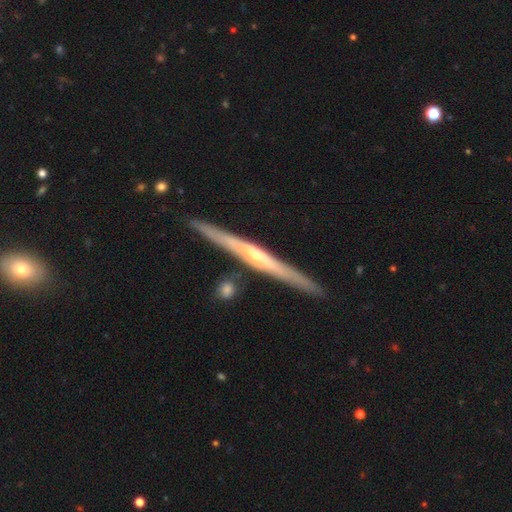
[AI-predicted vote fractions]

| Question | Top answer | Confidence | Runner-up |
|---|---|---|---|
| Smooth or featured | featured or disk | 76% | smooth (19%) |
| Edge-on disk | yes | 97% | no (3%) |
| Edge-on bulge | rounded | 58% | none (35%) |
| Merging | none | 87% | minor disturbance (8%) |